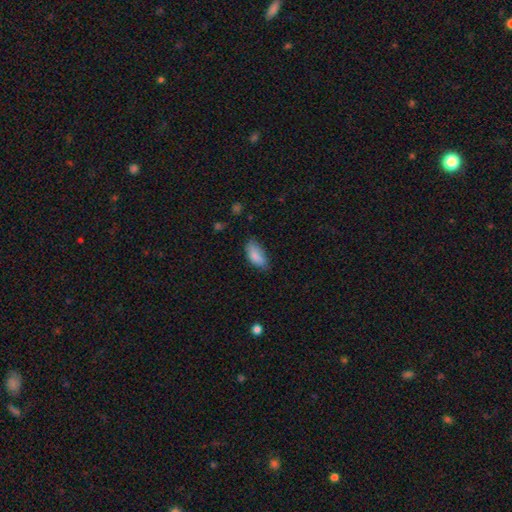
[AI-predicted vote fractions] The model was most divided on "merging": none: 61%, minor disturbance: 31%, major disturbance: 7%, merger: 2%. More confident: how rounded — in between (88%); smooth or featured — smooth (85%).